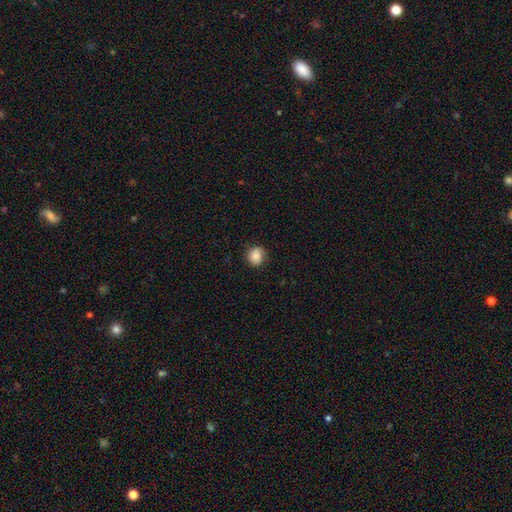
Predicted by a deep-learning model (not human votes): Smooth or featured? Predicted: smooth (p=0.77). How rounded? Predicted: round (p=0.80). Merging? Predicted: none (p=0.76).